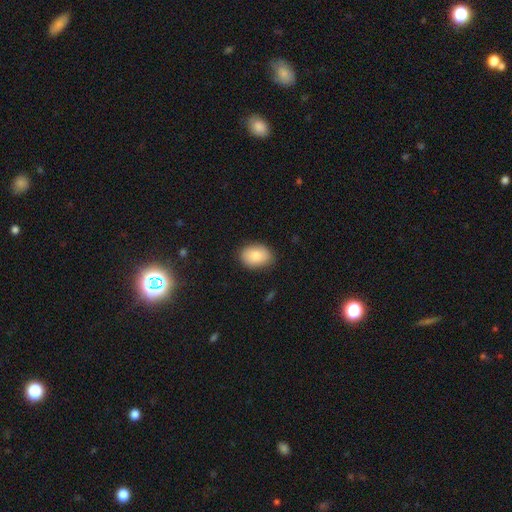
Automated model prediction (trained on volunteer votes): smooth_or_featured: smooth (p=0.84) [alt: featured or disk p=0.09]
how_rounded: in between (p=0.79) [alt: round p=0.20]
merging: none (p=0.83) [alt: minor disturbance p=0.13]